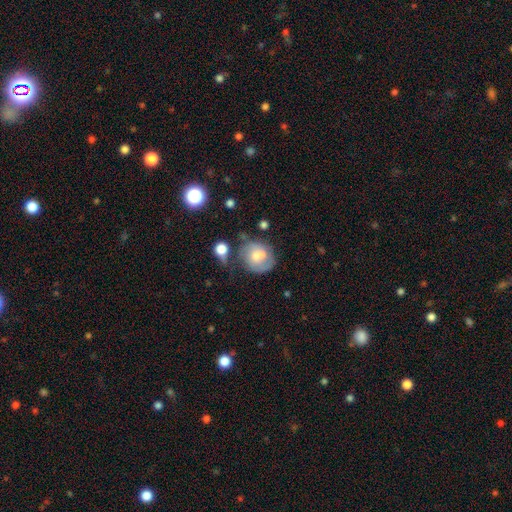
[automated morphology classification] Smooth or featured?
  - featured or disk: 45% * (tied)
  - smooth: 45% * (tied)
  - star or artifact: 10%
Merging?
  - none: 44% *
  - minor disturbance: 23%
  - merger: 19%
  - major disturbance: 13%